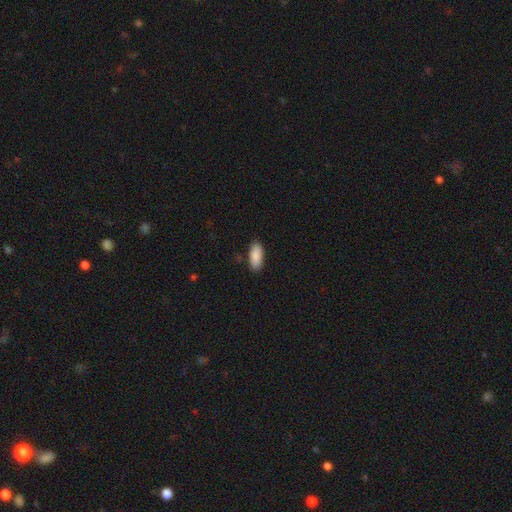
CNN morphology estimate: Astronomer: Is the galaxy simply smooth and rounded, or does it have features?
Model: smooth — 89%.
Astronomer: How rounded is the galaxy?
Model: in between — 78%.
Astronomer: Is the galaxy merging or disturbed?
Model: none — 86%.